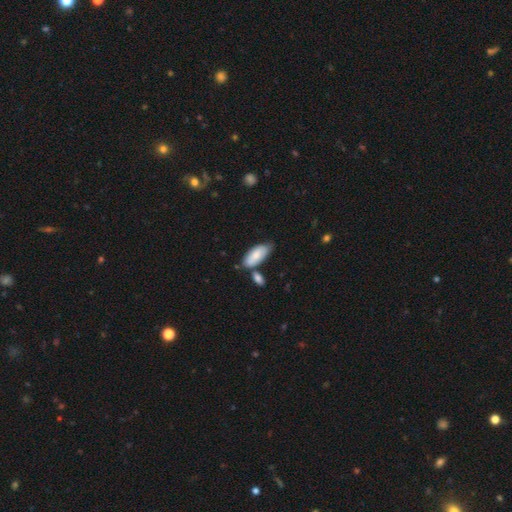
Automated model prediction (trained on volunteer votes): Overall: smooth (79%). How rounded: in between (87%). Merging: none (59%; minor disturbance 20%).